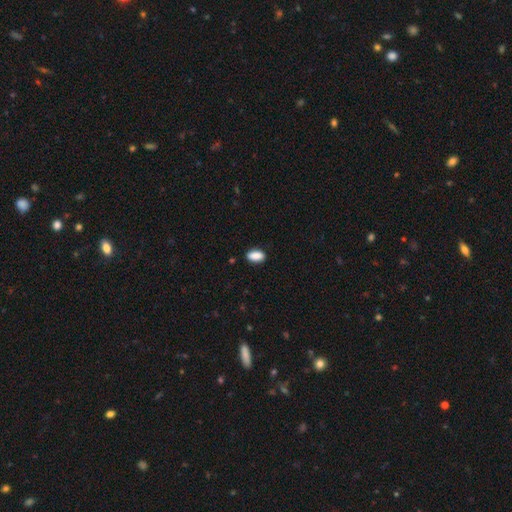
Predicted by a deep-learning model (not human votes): smooth-or-featured: smooth: 89% | star or artifact: 7% | featured or disk: 3%
  how-rounded: in between: 90% | cigar-shaped: 5% | round: 4%
  merging: none: 87% | minor disturbance: 10% | major disturbance: 2% | merger: 1%